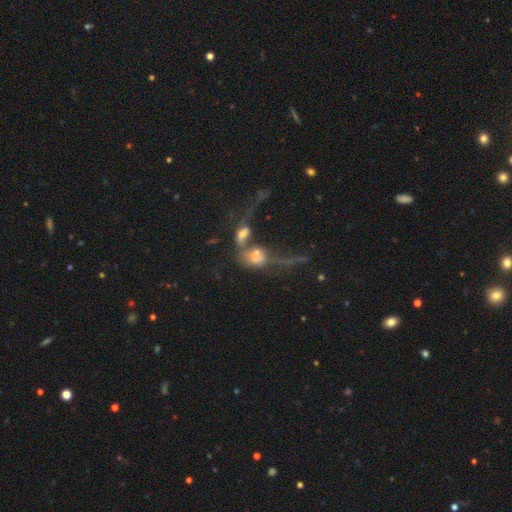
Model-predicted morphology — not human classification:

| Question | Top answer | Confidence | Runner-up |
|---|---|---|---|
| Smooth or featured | featured or disk | 45% | smooth (36%) |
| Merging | merger | 67% | major disturbance (17%) |